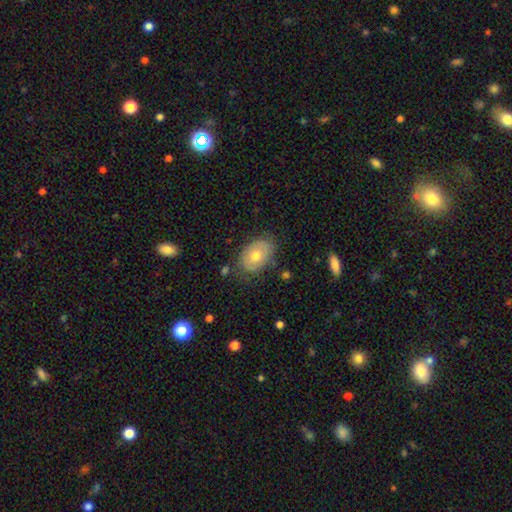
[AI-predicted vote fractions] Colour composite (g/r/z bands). It shows a smooth galaxy with no disk features (61%) that is in between round and cigar-shaped (81%). Merging: none (74%).